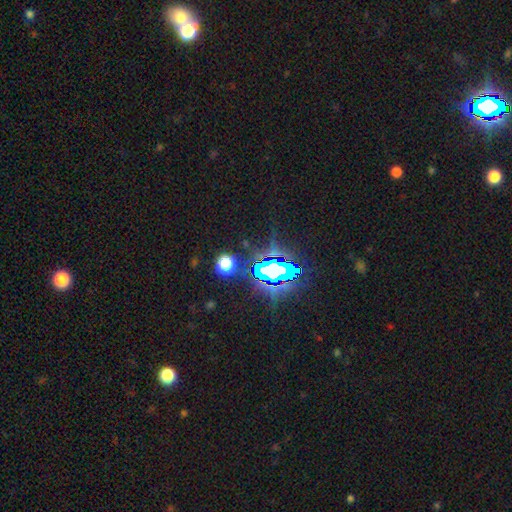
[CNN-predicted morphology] star or artifact 81%, smooth 11%, featured or disk 7%.